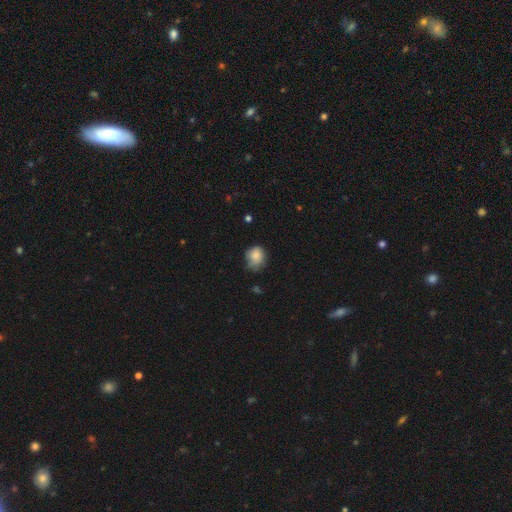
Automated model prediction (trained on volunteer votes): Smooth or featured?
  - smooth: 81% *
  - featured or disk: 10%
  - star or artifact: 9%
How rounded?
  - round: 64% *
  - in between: 35%
  - cigar-shaped: 1%
Merging?
  - none: 54% *
  - minor disturbance: 34%
  - major disturbance: 10%
  - merger: 2%